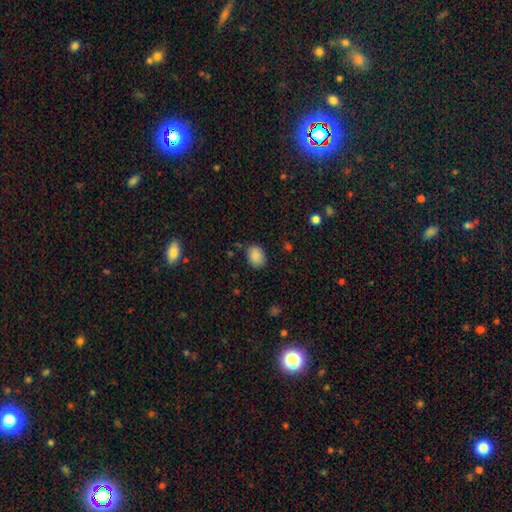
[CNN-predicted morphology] A smooth galaxy with no disk features (88%) that is in between round and cigar-shaped (59%).

Vote fractions:
- Smooth or featured? smooth: 88% / star or artifact: 8% / featured or disk: 4%
- How rounded? in between: 59% / round: 40% / cigar-shaped: 1%
- Merging? none: 81% / minor disturbance: 14% / major disturbance: 3% / merger: 2%